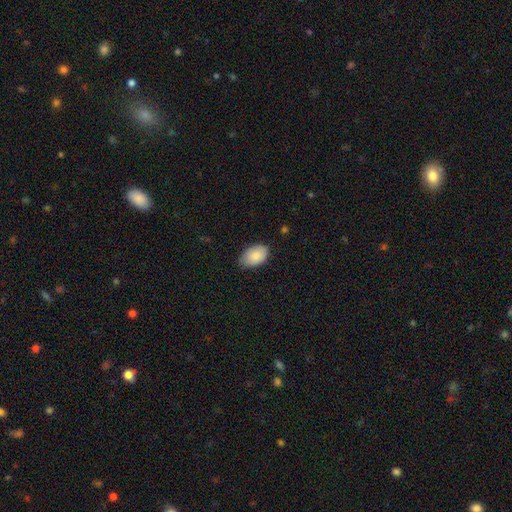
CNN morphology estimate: A smooth galaxy with no disk features (83%) that is in between round and cigar-shaped (91%). Merging: none (72%).